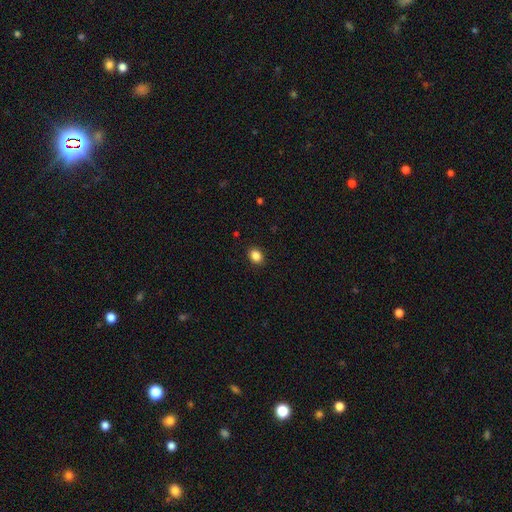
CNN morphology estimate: This is clearly a smooth galaxy (87%). How rounded: likely in between (61%). Merging: clearly none (90%).